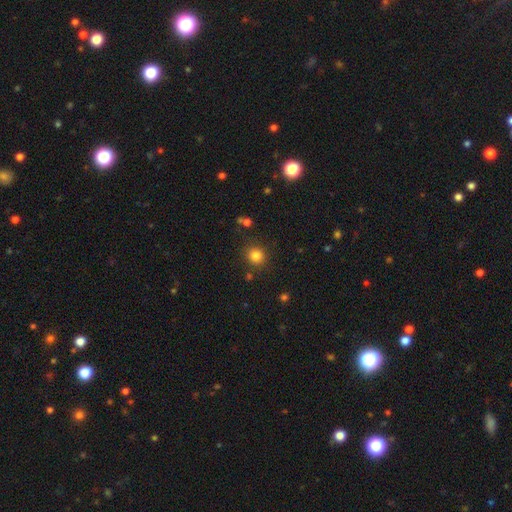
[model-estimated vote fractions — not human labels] A smooth galaxy with no disk features (82%) that is round (89%).

Vote fractions:
- Smooth or featured? smooth: 82% / star or artifact: 13% / featured or disk: 5%
- How rounded? round: 89% / in between: 10% / cigar-shaped: 1%
- Merging? none: 86% / minor disturbance: 8% / merger: 3% / major disturbance: 3%